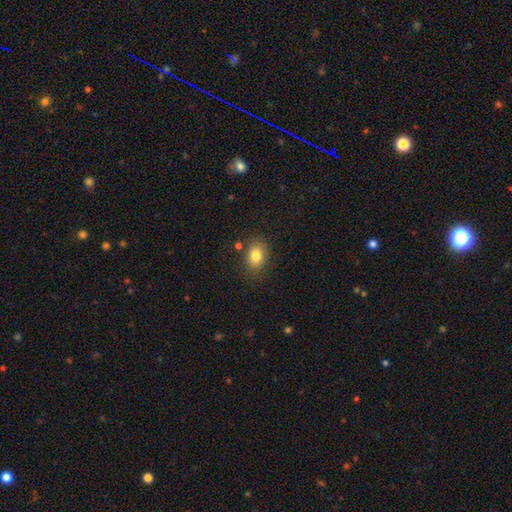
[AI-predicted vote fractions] Smooth or featured?
  - smooth: 82% *
  - star or artifact: 10%
  - featured or disk: 8%
How rounded?
  - in between: 71% *
  - round: 28%
  - cigar-shaped: 1%
Merging?
  - none: 80% *
  - minor disturbance: 13%
  - merger: 4%
  - major disturbance: 4%